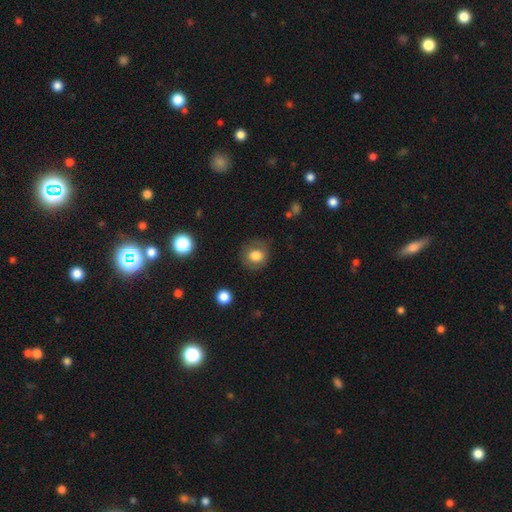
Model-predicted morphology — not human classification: smooth_or_featured: smooth (p=0.77) [alt: featured or disk p=0.14]
how_rounded: round (p=0.76) [alt: in between p=0.23]
merging: none (p=0.78) [alt: minor disturbance p=0.14]